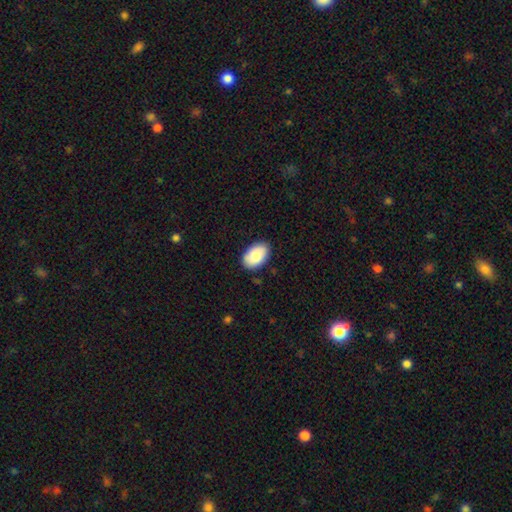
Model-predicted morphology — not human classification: The model was most divided on "smooth or featured": smooth: 82%, featured or disk: 12%, star or artifact: 6%. More confident: how rounded — in between (93%); merging — none (86%).